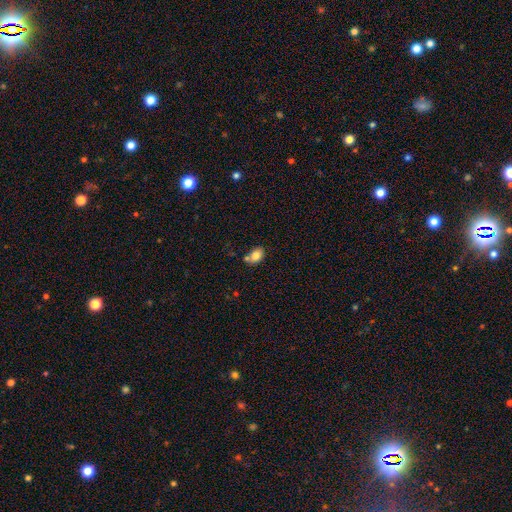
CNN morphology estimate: Smooth or featured?
  - smooth: 81% *
  - featured or disk: 10%
  - star or artifact: 9%
How rounded?
  - in between: 75% *
  - round: 23%
  - cigar-shaped: 1%
Merging?
  - none: 60% *
  - merger: 19%
  - minor disturbance: 17%
  - major disturbance: 4%